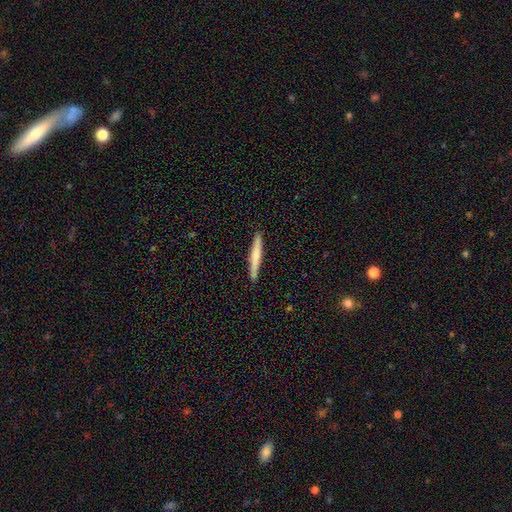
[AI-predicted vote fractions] smooth_or_featured: smooth (p=0.62) [alt: featured or disk p=0.33]
how_rounded: cigar-shaped (p=0.96) [alt: in between p=0.03]
merging: none (p=0.89) [alt: minor disturbance p=0.08]